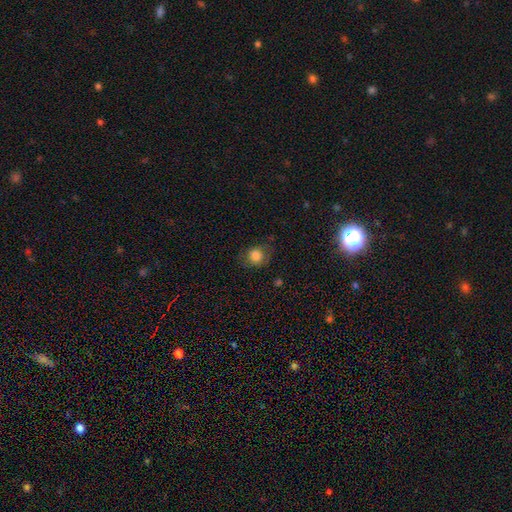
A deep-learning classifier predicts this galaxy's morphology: smooth 82%, star or artifact 10%, featured or disk 8%. Down the decision tree: how rounded — round (76%); merging — none (72%).